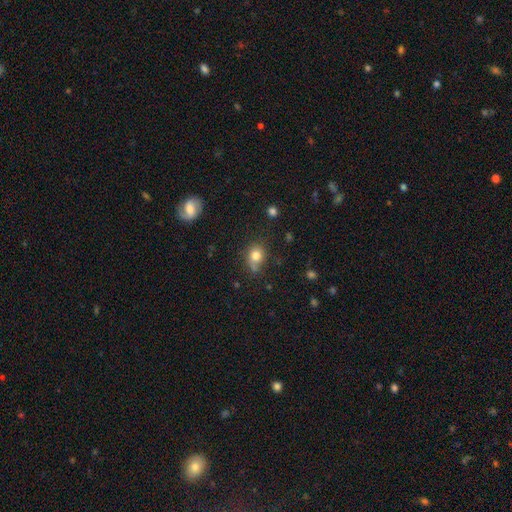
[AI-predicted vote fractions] smooth 79%, star or artifact 12%, featured or disk 9%. Down the decision tree: how rounded — round (61%); merging — none (63%).